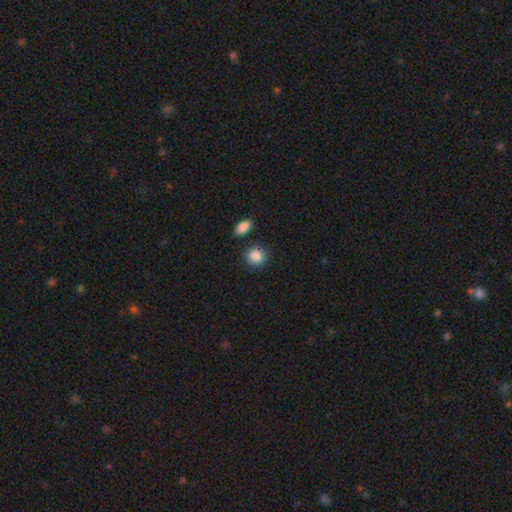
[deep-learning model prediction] Overall: smooth (88%). How rounded: round (83%). Merging: none (82%).